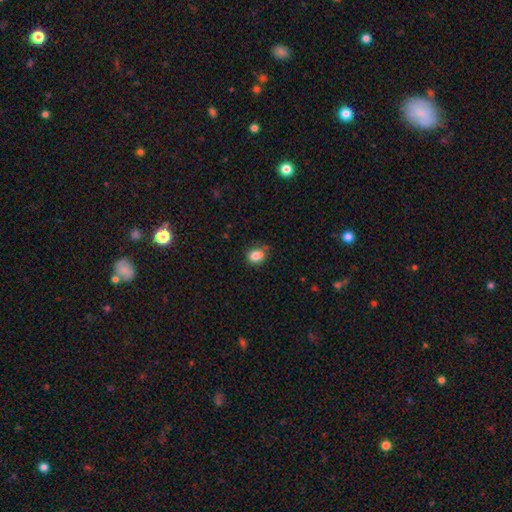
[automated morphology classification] Smooth or featured? smooth (84%)
How rounded? round (56%)
Merging? none (74%)